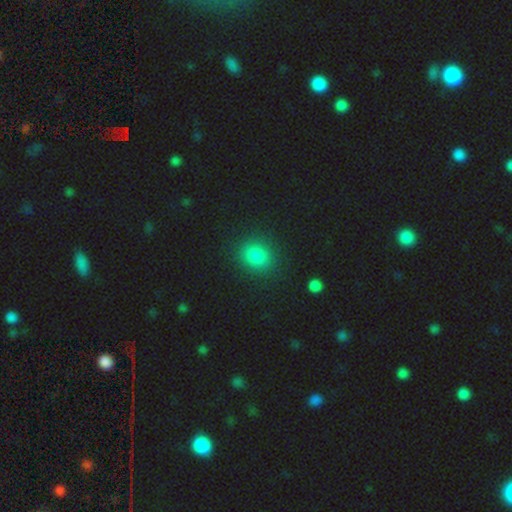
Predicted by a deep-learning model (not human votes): This is clearly a smooth galaxy (82%). How rounded: likely round (68%). Merging: clearly none (88%).